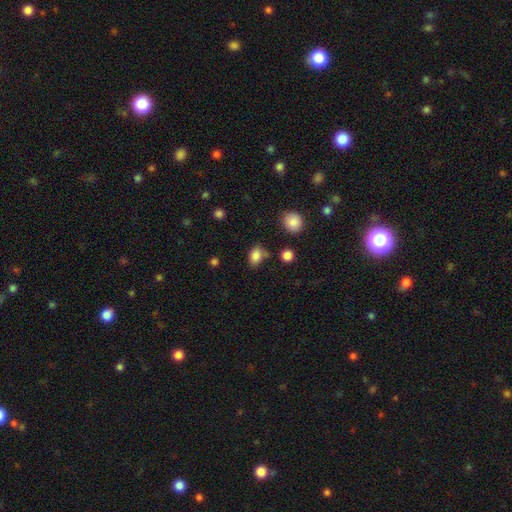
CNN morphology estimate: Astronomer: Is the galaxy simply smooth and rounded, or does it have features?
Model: smooth — 84%.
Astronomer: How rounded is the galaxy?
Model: in between — 74%.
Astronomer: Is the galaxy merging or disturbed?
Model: none — 70%.